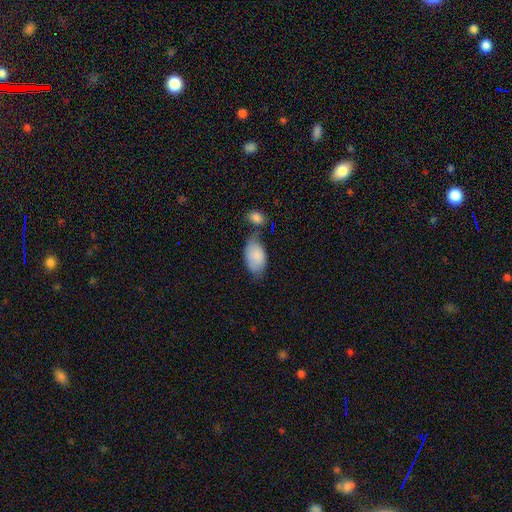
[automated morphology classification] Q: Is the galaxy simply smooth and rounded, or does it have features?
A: smooth — 85%.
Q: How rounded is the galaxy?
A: in between — 94%.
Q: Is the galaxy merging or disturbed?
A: none — 45%.